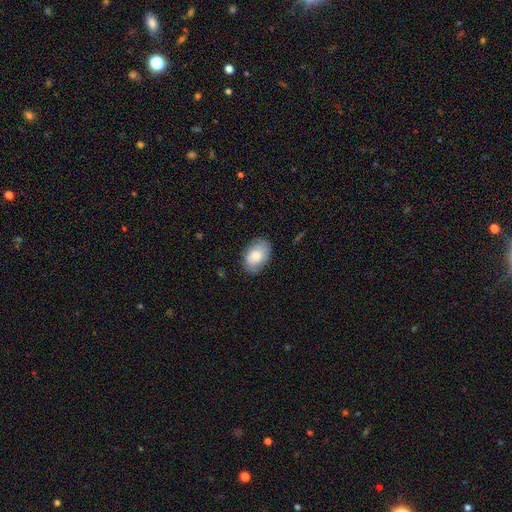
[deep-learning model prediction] smooth 78%, featured or disk 15%, star or artifact 7%. Down the decision tree: how rounded — in between (87%); merging — none (80%).